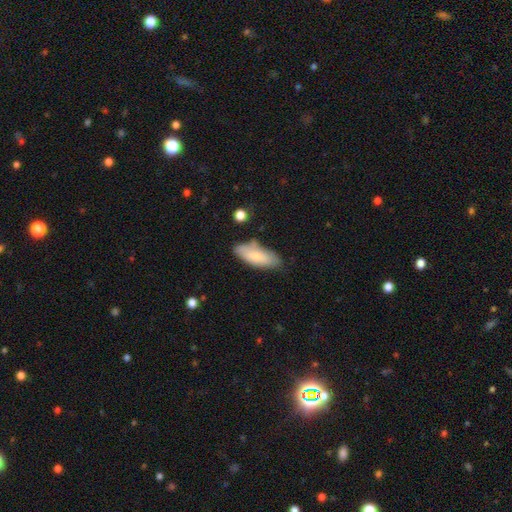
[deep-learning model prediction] This is likely a smooth galaxy (75%). How rounded: likely in between (74%). Merging: likely none (65%).